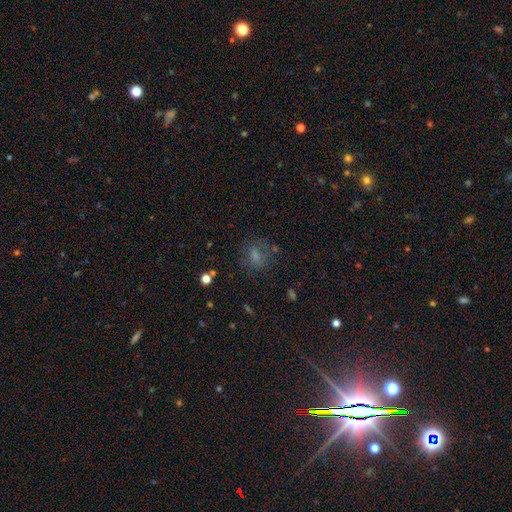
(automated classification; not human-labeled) This is likely a smooth galaxy (60%). How rounded: possibly in between (50%). Merging: likely none (61%).